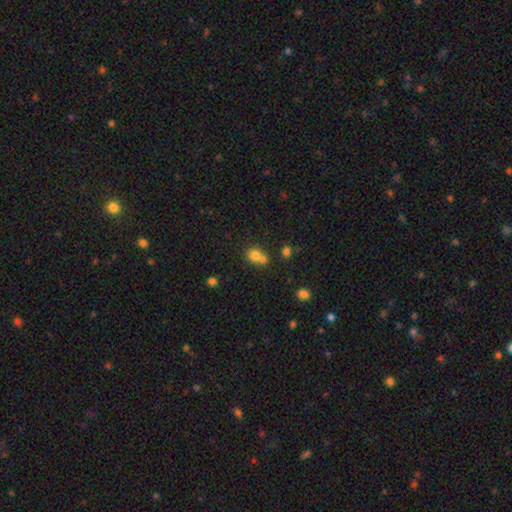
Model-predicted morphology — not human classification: Q: Smooth or featured?
A: smooth (76%); runner-up: star or artifact (13%)
Q: How rounded?
A: round (75%); runner-up: in between (24%)
Q: Merging?
A: merger (47%); runner-up: none (42%)